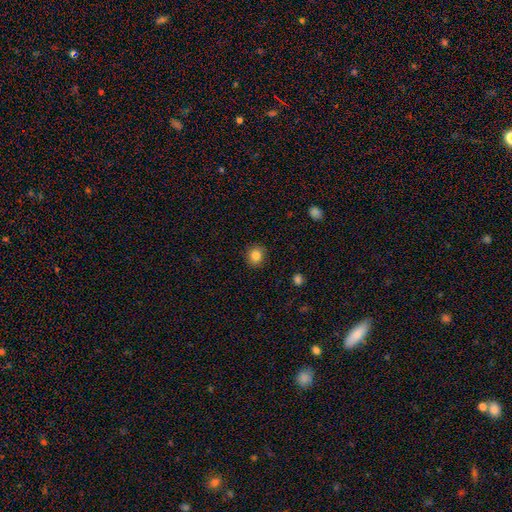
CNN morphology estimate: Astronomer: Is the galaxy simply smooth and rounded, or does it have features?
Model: smooth — 85%.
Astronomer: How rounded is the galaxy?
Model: round — 87%.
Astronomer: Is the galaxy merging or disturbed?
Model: none — 89%.